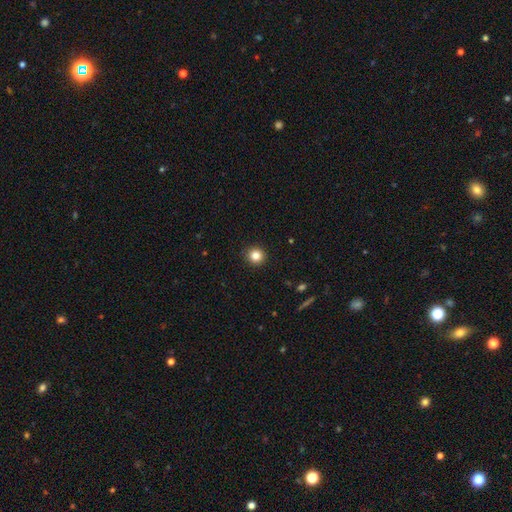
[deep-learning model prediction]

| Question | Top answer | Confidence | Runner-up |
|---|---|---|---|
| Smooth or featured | smooth | 83% | star or artifact (12%) |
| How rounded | round | 93% | in between (6%) |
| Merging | none | 92% | minor disturbance (5%) |